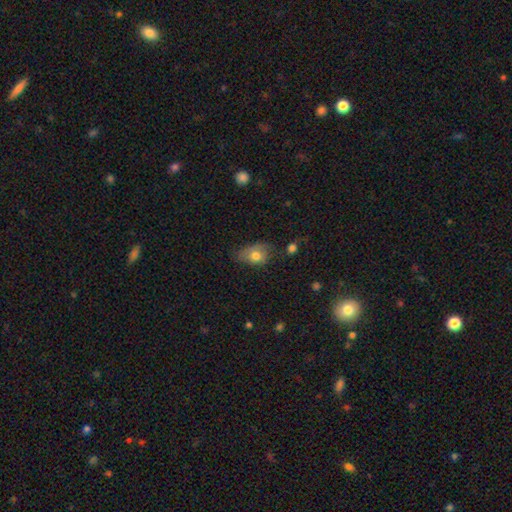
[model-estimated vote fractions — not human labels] smooth-or-featured: smooth: 73% | featured or disk: 18% | star or artifact: 9%
  how-rounded: in between: 78% | round: 20% | cigar-shaped: 2%
  merging: none: 41% | minor disturbance: 39% | major disturbance: 16% | merger: 4%